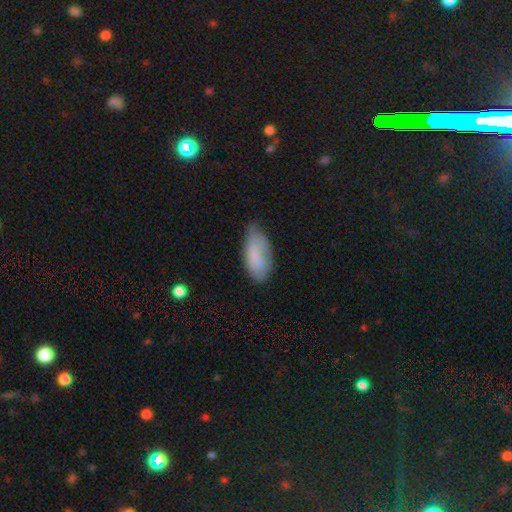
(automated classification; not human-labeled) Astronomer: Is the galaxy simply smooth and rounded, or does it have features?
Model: smooth — 78%.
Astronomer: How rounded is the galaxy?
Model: in between — 90%.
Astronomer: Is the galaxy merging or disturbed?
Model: none — 55% (runner-up: minor disturbance, 34%).